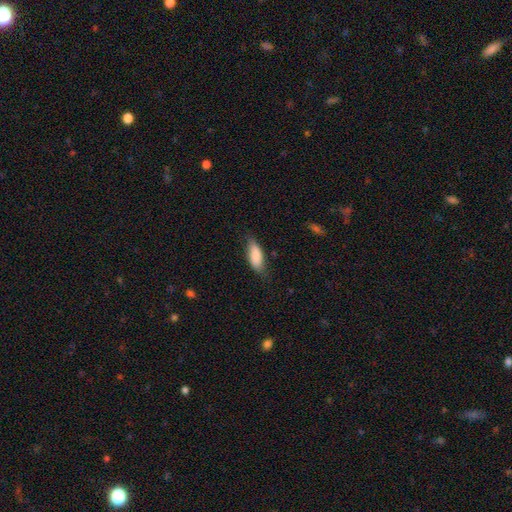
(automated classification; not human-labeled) Smooth or featured? smooth (86%)
How rounded? in between (75%)
Merging? none (70%)